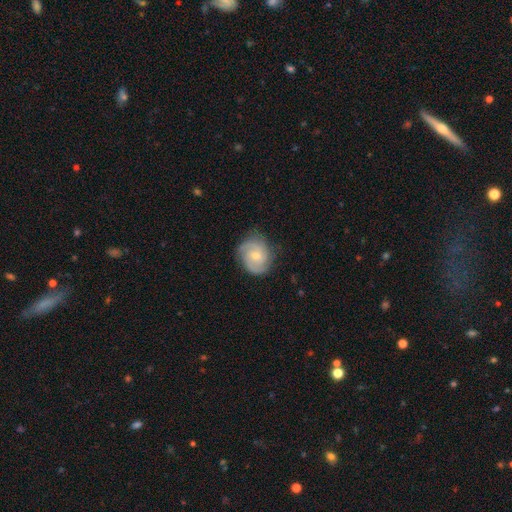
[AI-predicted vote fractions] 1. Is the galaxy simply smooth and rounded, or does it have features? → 76% featured or disk, 18% smooth, 6% star or artifact.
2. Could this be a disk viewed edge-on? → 98% no, 2% yes.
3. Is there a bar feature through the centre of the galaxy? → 64% no, 31% weak, 4% strong.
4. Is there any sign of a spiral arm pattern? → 95% yes, 5% no.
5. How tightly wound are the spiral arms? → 54% tight, 37% medium, 9% loose.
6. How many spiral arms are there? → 39% 2, 31% 3, 17% can't tell, 5% 4, 4% 1, 4% more than 4.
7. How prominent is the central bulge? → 56% small, 40% moderate, 1% none, 1% large, 1% dominant.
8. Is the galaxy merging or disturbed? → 76% none, 18% minor disturbance, 5% major disturbance, 1% merger.